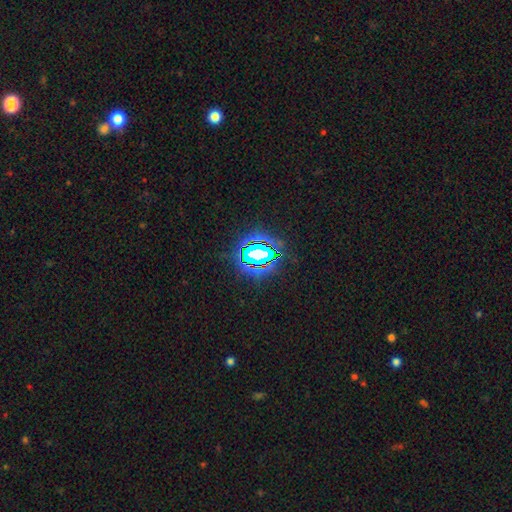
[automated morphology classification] star or artifact 65%, smooth 20%, featured or disk 15%.